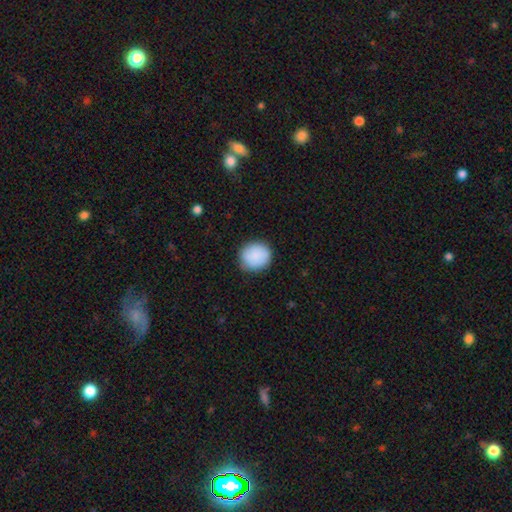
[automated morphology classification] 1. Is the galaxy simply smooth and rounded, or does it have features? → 88% smooth, 7% star or artifact, 5% featured or disk.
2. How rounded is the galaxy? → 86% round, 13% in between, 1% cigar-shaped.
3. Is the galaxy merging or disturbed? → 84% none, 12% minor disturbance, 3% major disturbance, 1% merger.